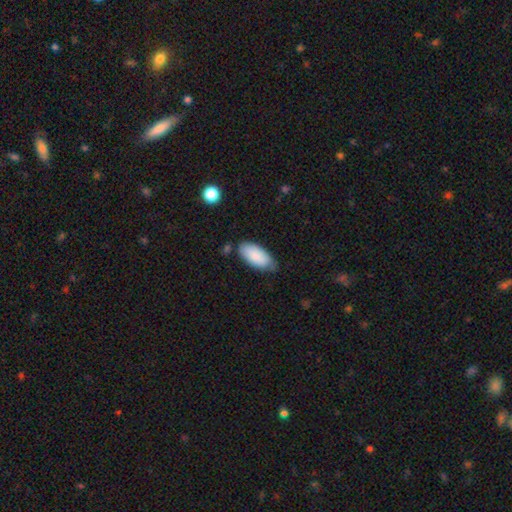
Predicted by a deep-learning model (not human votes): smooth-or-featured: smooth: 87% | featured or disk: 7% | star or artifact: 6%
  how-rounded: in between: 91% | cigar-shaped: 7% | round: 2%
  merging: none: 69% | minor disturbance: 24% | major disturbance: 4% | merger: 3%